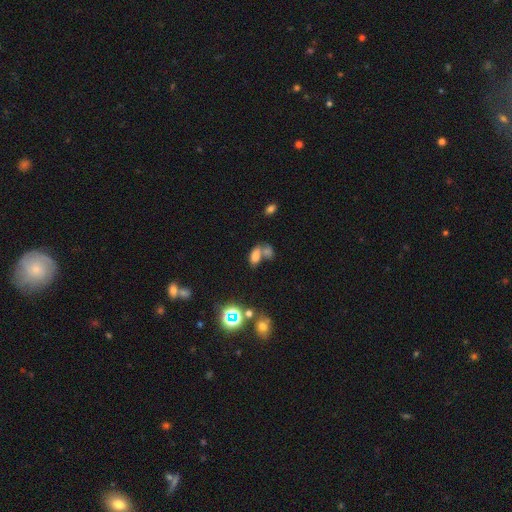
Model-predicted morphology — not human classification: This is likely a smooth galaxy (69%). How rounded: clearly in between (87%). Merging: possibly merger (52%).